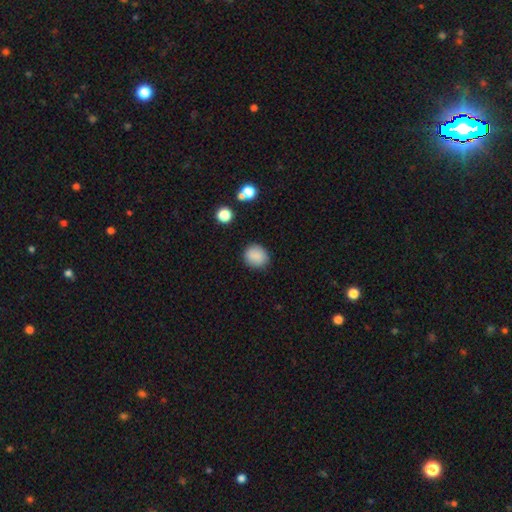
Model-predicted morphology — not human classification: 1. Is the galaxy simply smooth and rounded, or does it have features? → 87% smooth, 9% star or artifact, 4% featured or disk.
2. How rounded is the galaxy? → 78% round, 21% in between, 1% cigar-shaped.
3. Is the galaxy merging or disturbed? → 86% none, 10% minor disturbance, 3% major disturbance, 1% merger.